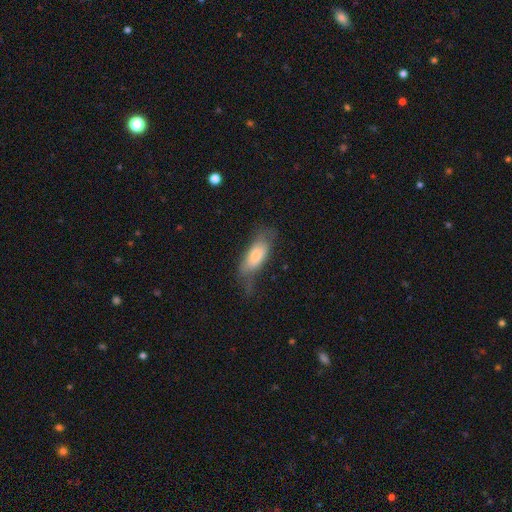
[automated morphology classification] Smooth or featured? Predicted: smooth (p=0.73). How rounded? Predicted: in between (p=0.77). Merging? Predicted: none (p=0.47).